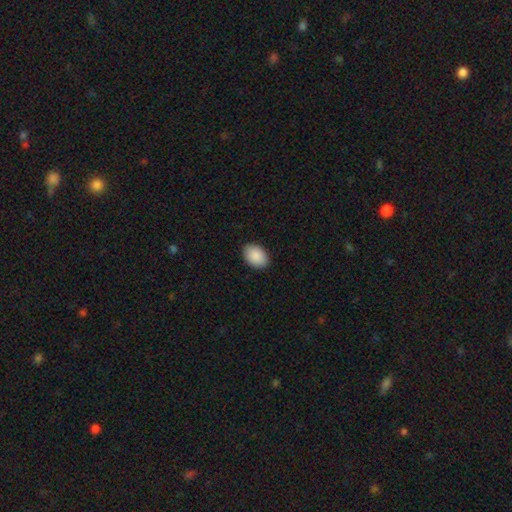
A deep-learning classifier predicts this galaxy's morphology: A smooth galaxy with no disk features (91%) that is in between round and cigar-shaped (85%). Merging: none (90%).